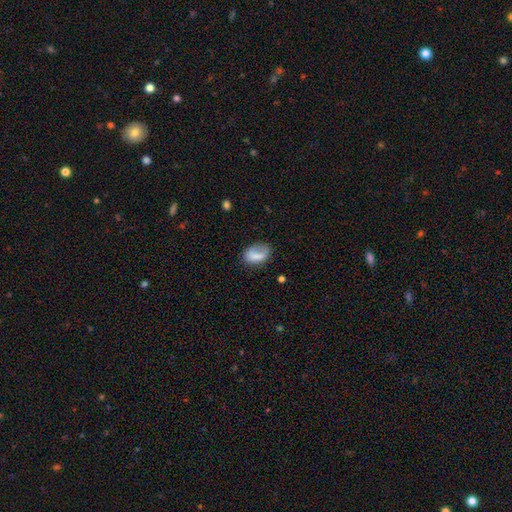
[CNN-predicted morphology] type=smooth (75%); roundness=in between (84%); merging=none (51%).